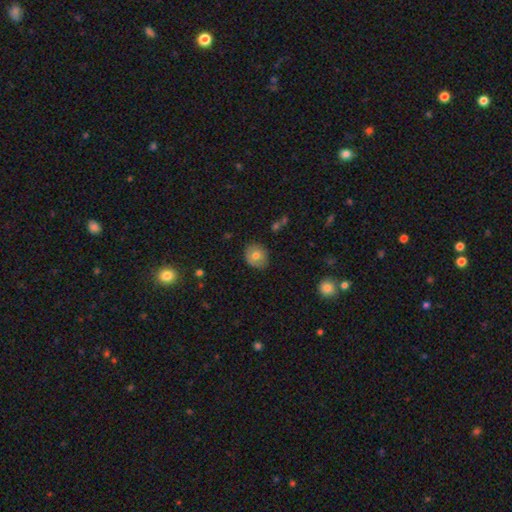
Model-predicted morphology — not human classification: Q: Smooth or featured?
A: smooth (71%); runner-up: featured or disk (20%)
Q: How rounded?
A: round (77%); runner-up: in between (22%)
Q: Merging?
A: none (82%); runner-up: minor disturbance (14%)